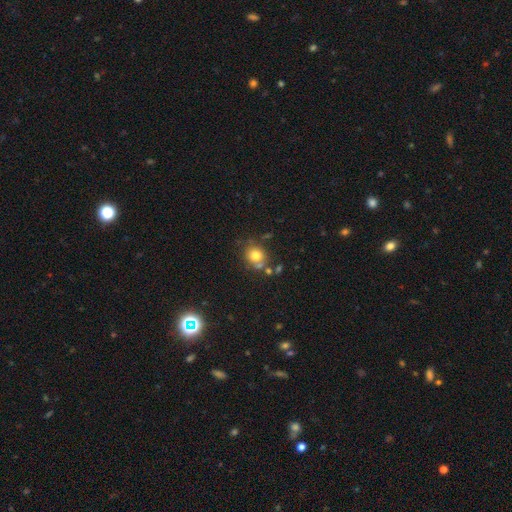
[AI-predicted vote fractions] This is likely a smooth galaxy (76%). How rounded: likely round (80%). Merging: likely none (65%).